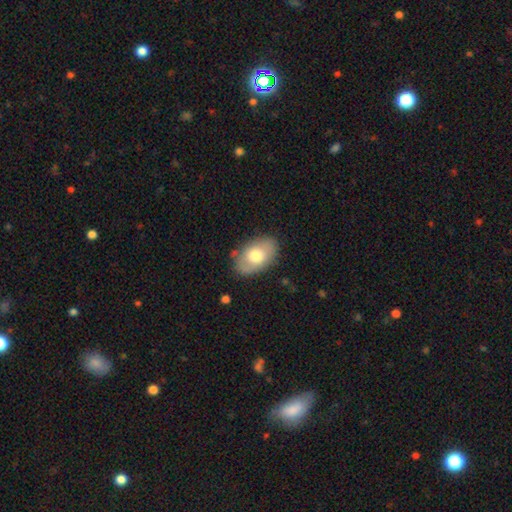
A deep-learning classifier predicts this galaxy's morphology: Smooth or featured? Predicted: smooth (p=0.69). How rounded? Predicted: in between (p=0.90). Merging? Predicted: none (p=0.80).